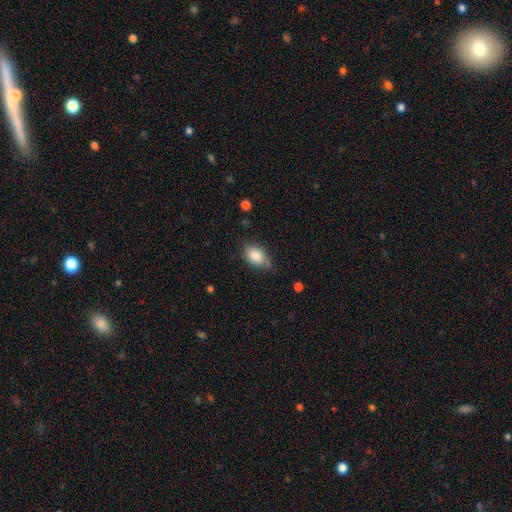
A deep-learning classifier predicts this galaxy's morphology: The model was most divided on "merging": none: 63%, minor disturbance: 28%, major disturbance: 6%, merger: 3%. More confident: smooth or featured — smooth (86%); how rounded — in between (84%).